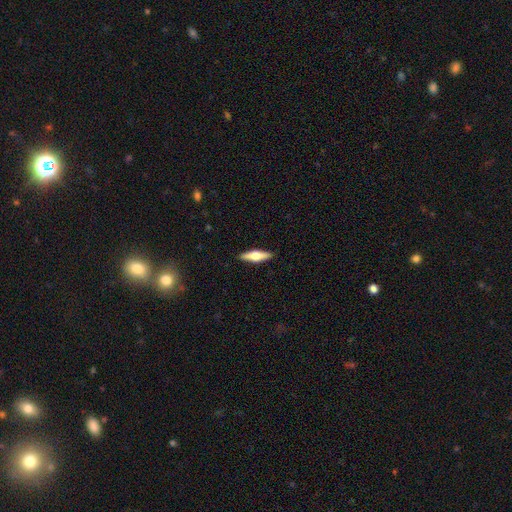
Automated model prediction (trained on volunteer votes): smooth-or-featured: featured or disk: 48% | smooth: 46% | star or artifact: 6%
  merging: none: 90% | minor disturbance: 7% | major disturbance: 2% | merger: 1%